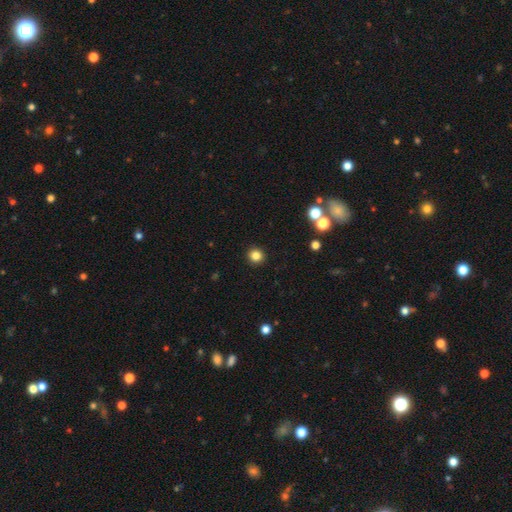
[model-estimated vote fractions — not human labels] Morphology: type=smooth (83%); roundness=round (93%); merging=none (92%).